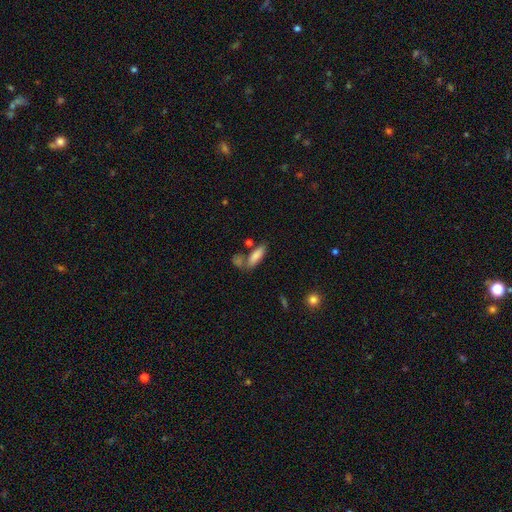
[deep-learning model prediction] This appears to be a smooth galaxy with no disk features (82%) that is in between round and cigar-shaped (51%). Merging: none (60%).